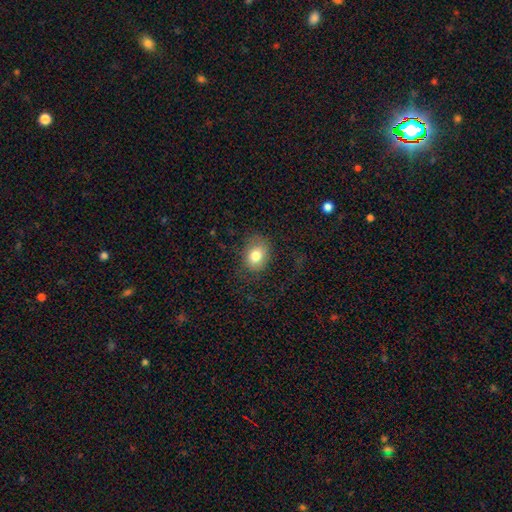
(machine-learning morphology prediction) This is likely a smooth galaxy (79%). How rounded: possibly in between (55%). Merging: likely none (72%).